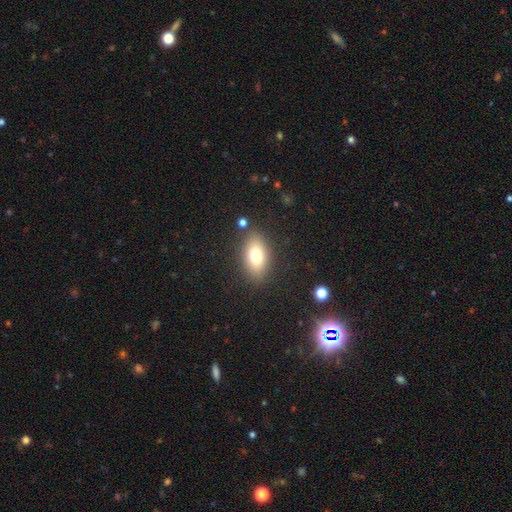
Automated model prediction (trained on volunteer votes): Morphology: type=smooth (75%); roundness=in between (88%); merging=none (84%).